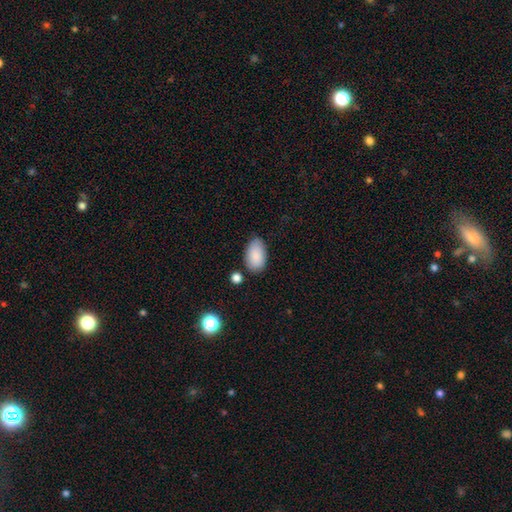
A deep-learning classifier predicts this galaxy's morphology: Q: Smooth or featured?
A: smooth (88%); runner-up: star or artifact (6%)
Q: How rounded?
A: in between (95%); runner-up: round (4%)
Q: Merging?
A: none (76%); runner-up: minor disturbance (16%)